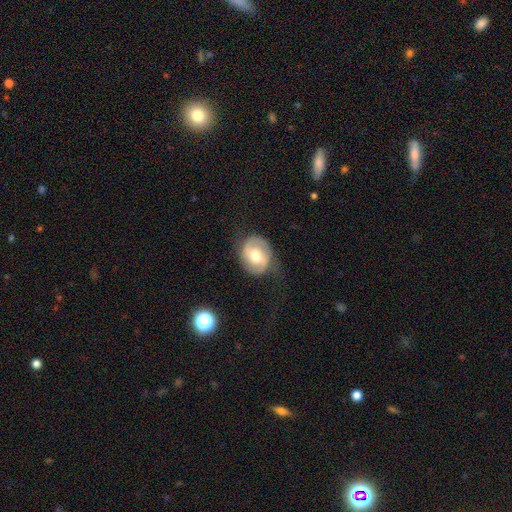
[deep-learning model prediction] Q: Smooth or featured?
A: featured or disk (61%); runner-up: smooth (32%)
Q: Edge-on disk?
A: no (96%); runner-up: yes (4%)
Q: Bar?
A: weak (44%); runner-up: no (31%)
Q: Spiral arms?
A: yes (74%); runner-up: no (26%)
Q: Bulge size?
A: moderate (72%); runner-up: large (15%)
Q: Merging?
A: none (70%); runner-up: minor disturbance (19%)